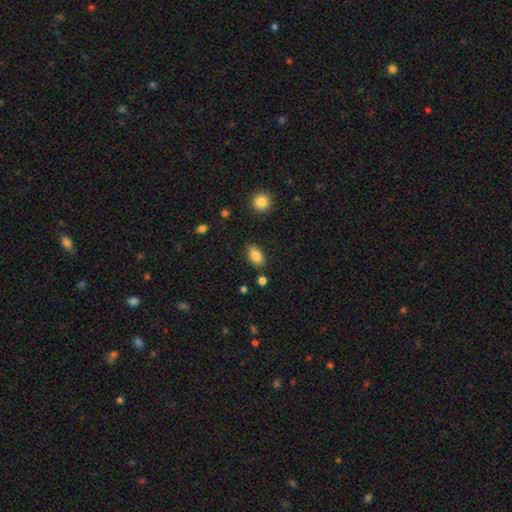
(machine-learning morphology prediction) Smooth or featured? smooth (85%)
How rounded? in between (88%)
Merging? none (84%)